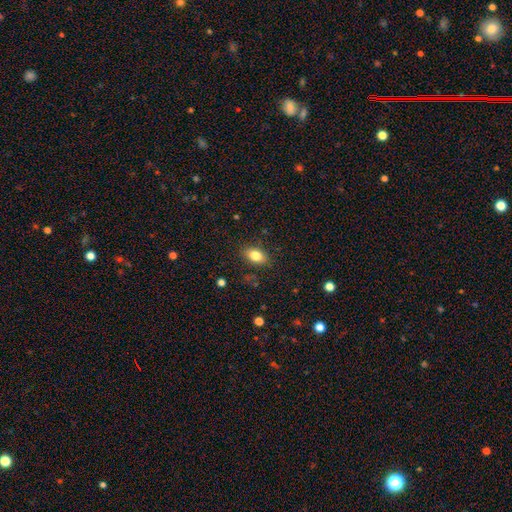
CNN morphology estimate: Overall: smooth (82%). How rounded: in between (86%). Merging: none (86%).